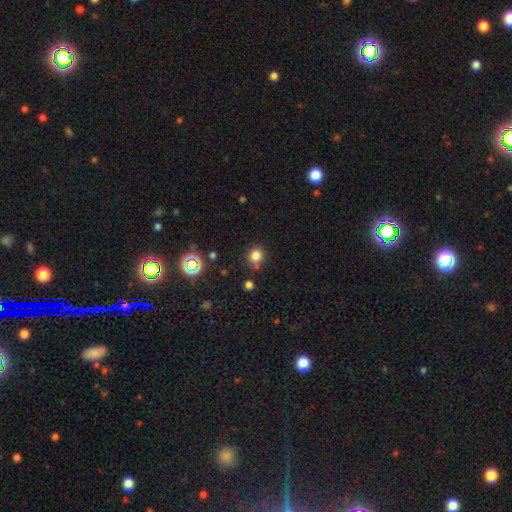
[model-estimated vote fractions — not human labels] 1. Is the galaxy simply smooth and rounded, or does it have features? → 78% smooth, 16% star or artifact, 5% featured or disk.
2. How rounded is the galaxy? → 82% round, 17% in between, 1% cigar-shaped.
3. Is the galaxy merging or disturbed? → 72% none, 14% minor disturbance, 10% merger, 4% major disturbance.